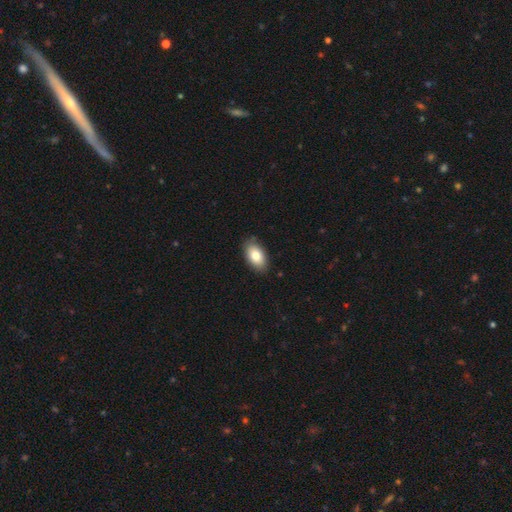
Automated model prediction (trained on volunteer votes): Q: Smooth or featured?
A: smooth (81%); runner-up: featured or disk (12%)
Q: How rounded?
A: in between (93%); runner-up: round (5%)
Q: Merging?
A: none (86%); runner-up: minor disturbance (11%)